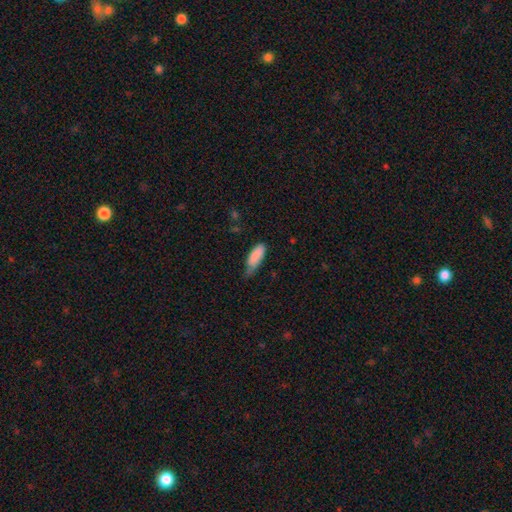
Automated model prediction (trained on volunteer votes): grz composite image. It shows a smooth galaxy with no disk features (85%) that is in between round and cigar-shaped (73%). Merging: minor disturbance (49%).